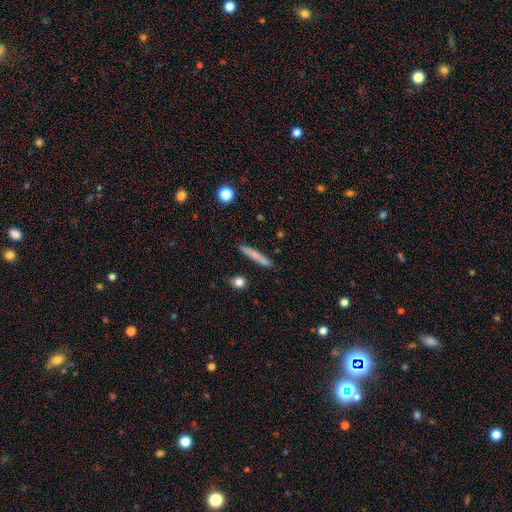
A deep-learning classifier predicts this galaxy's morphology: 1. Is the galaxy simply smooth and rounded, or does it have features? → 70% smooth, 24% featured or disk, 7% star or artifact.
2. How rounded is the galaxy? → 94% cigar-shaped, 4% in between, 2% round.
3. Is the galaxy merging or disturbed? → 86% none, 9% minor disturbance, 3% merger, 2% major disturbance.